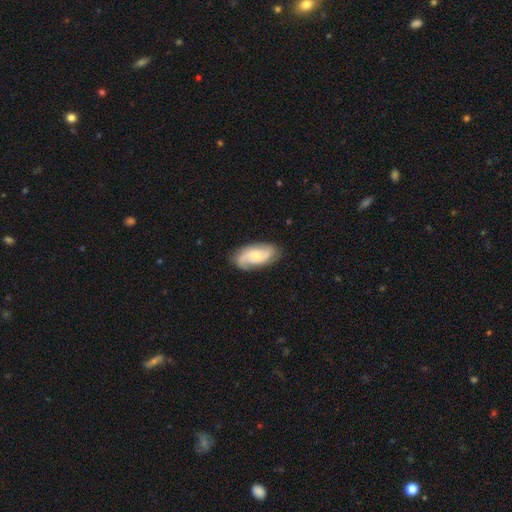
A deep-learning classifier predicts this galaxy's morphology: smooth-or-featured: featured or disk: 68% | smooth: 26% | star or artifact: 6%
  disk-edge-on: no: 95% | yes: 5%
    bar: no: 60% | weak: 33% | strong: 6%
    has-spiral-arms: yes: 94% | no: 6%
      spiral-winding: medium: 44% | tight: 29% | loose: 27%
      spiral-arm-count: 2: 69% | can't tell: 13% | 3: 9% | 1: 6% | 4: 2% | more than 4: 2%
    bulge-size: small: 57% | moderate: 35% | none: 4% | large: 3% | dominant: 1%
  merging: none: 78% | minor disturbance: 16% | major disturbance: 5% | merger: 1%